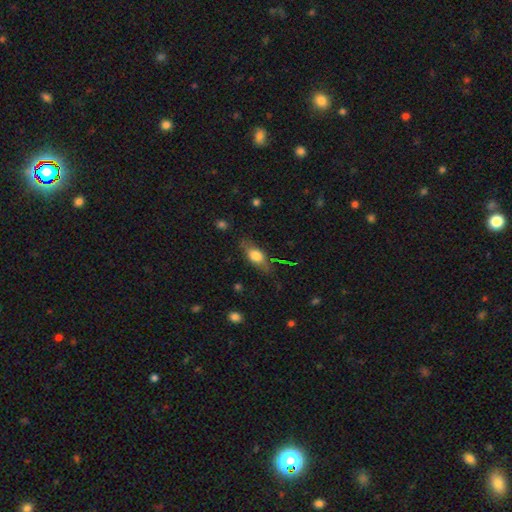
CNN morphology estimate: This appears to be a smooth galaxy with no disk features (64%) that is in between round and cigar-shaped (75%). Merging: none (72%).